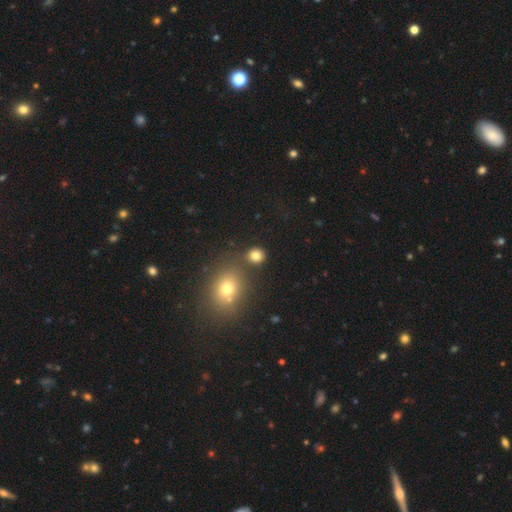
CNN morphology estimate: This is clearly a smooth galaxy (80%). How rounded: clearly round (83%). Merging: likely none (79%).